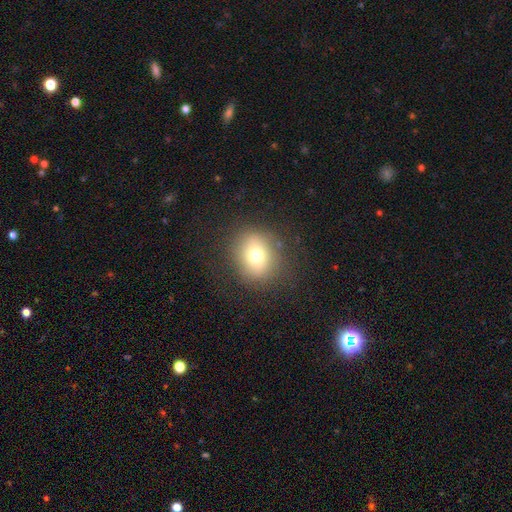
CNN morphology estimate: A smooth galaxy with no disk features (71%) that is round (73%). Merging: none (84%).